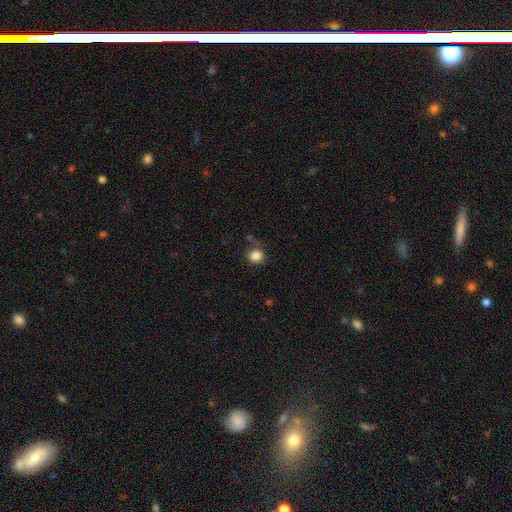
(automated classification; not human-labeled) smooth-or-featured: smooth: 85% | star or artifact: 10% | featured or disk: 5%
  how-rounded: round: 84% | in between: 15% | cigar-shaped: 1%
  merging: none: 67% | minor disturbance: 19% | major disturbance: 9% | merger: 6%